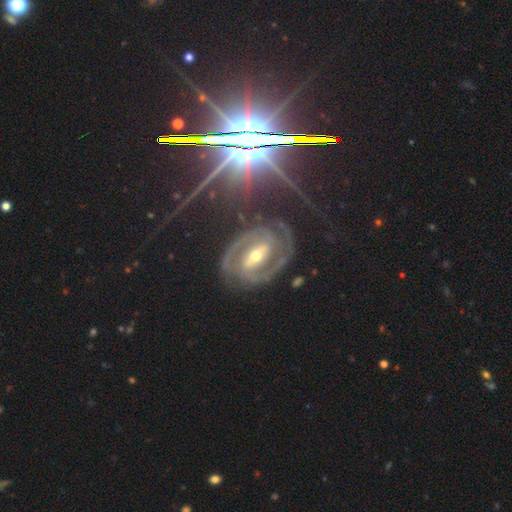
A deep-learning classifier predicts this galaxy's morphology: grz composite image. It shows a featured or disk galaxy (88%) with a strong bar (53%), 2 (77%) tight (51%) spiral arms (94%) and a moderate central bulge (57%). Merging: none (68%).